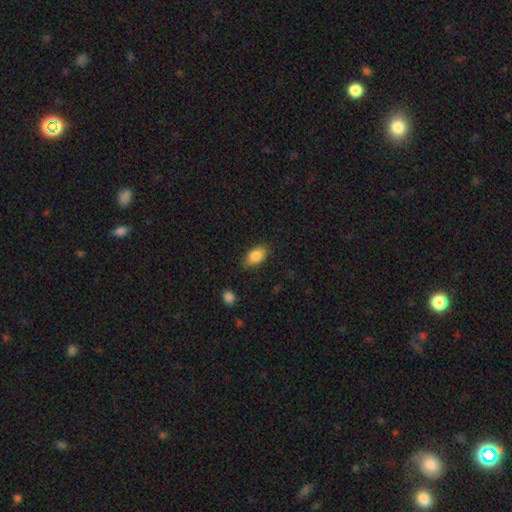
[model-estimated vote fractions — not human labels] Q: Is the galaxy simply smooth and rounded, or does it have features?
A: smooth — 86%.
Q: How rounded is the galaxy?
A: in between — 90%.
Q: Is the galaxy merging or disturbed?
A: none — 83%.